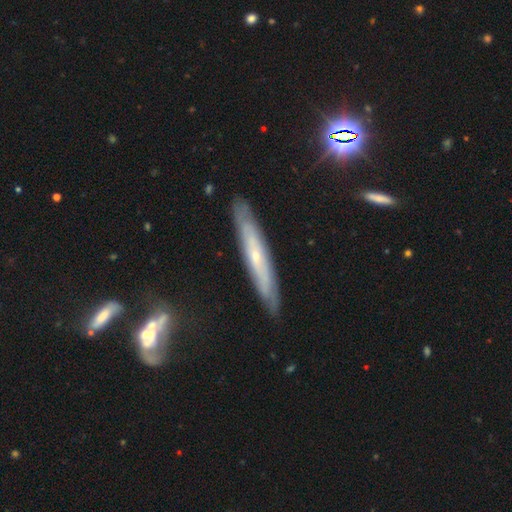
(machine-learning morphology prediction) featured or disk 65%, smooth 28%, star or artifact 7%. Down the decision tree: edge-on disk — yes (69%); merging — none (84%).